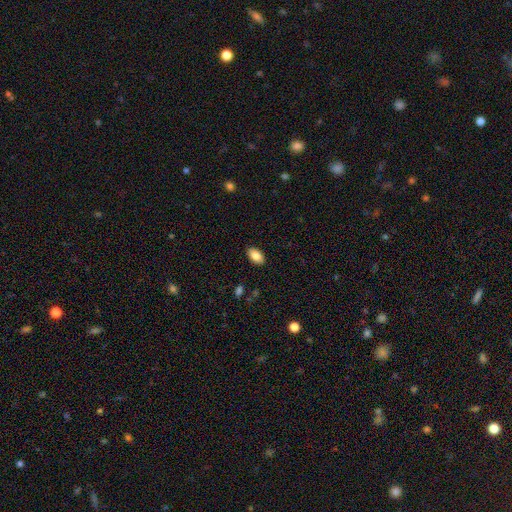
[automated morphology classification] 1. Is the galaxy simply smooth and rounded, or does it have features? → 86% smooth, 7% star or artifact, 7% featured or disk.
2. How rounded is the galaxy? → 93% in between, 6% round, 2% cigar-shaped.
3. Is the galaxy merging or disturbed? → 89% none, 8% minor disturbance, 2% major disturbance, 1% merger.